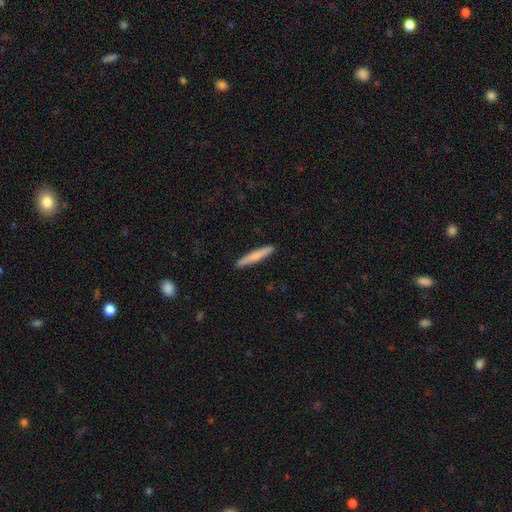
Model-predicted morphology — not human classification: smooth 70%, featured or disk 25%, star or artifact 5%. Down the decision tree: how rounded — cigar-shaped (95%); merging — none (91%).